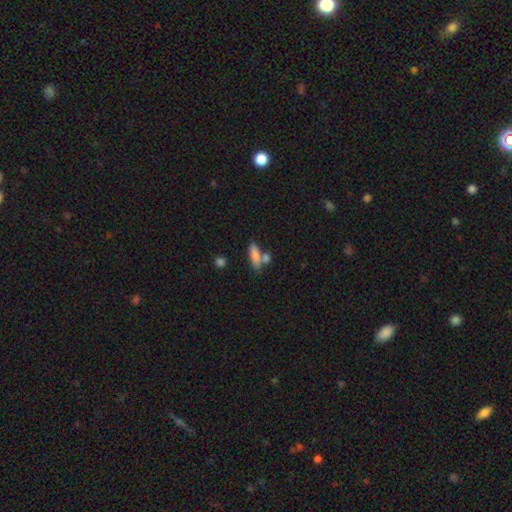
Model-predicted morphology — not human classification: Overall: smooth (78%). How rounded: in between (54%; cigar-shaped 42%). Merging: none (51%; merger 31%).